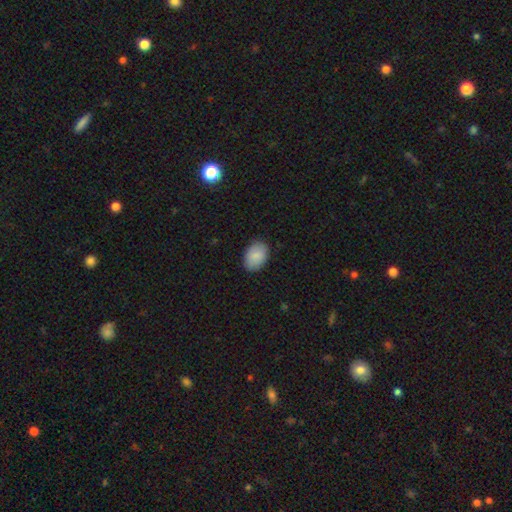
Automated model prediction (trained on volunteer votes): A smooth galaxy with no disk features (88%) that is in between round and cigar-shaped (83%). Merging: none (87%).